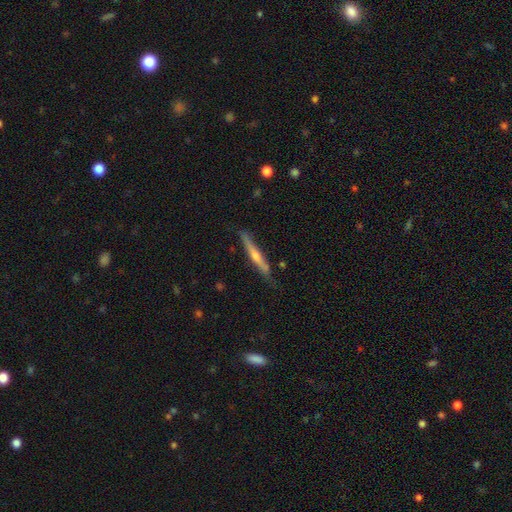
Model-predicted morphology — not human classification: type=featured or disk (67%); edge-on=yes (97%); edge-on bulge=rounded (76%); merging=none (84%).